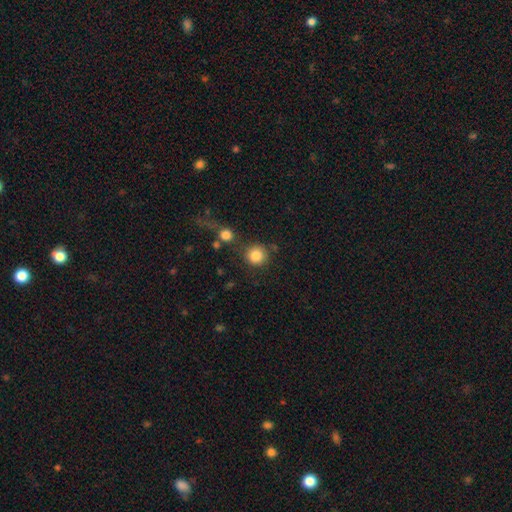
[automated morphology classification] Smooth or featured?
  - smooth: 84% *
  - star or artifact: 10%
  - featured or disk: 6%
How rounded?
  - round: 93% *
  - in between: 6%
  - cigar-shaped: 1%
Merging?
  - none: 76% *
  - minor disturbance: 10%
  - merger: 10%
  - major disturbance: 5%